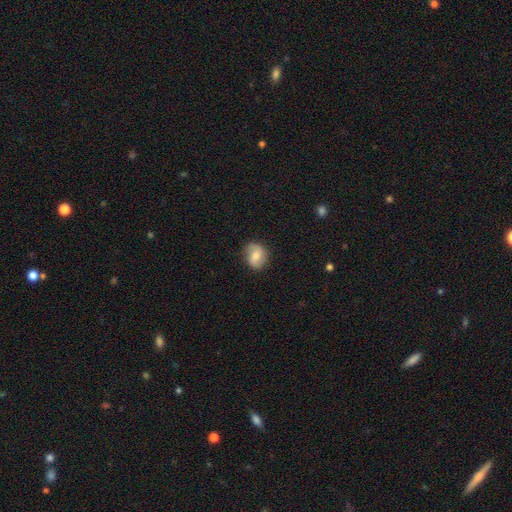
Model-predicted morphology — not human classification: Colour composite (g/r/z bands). It shows a smooth galaxy with no disk features (55%) that is round (58%). Merging: none (78%).